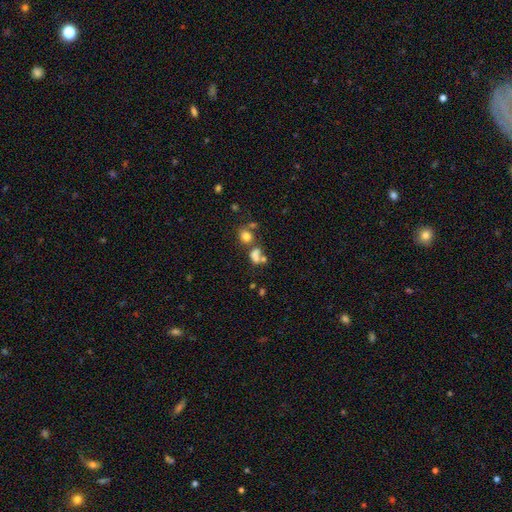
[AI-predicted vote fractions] Overall: smooth (67%). How rounded: in between (55%; round 43%). Merging: merger (43%; none 34%).